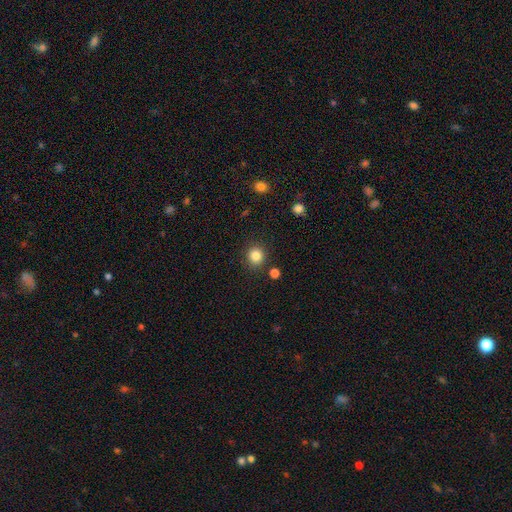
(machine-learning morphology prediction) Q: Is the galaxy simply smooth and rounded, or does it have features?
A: smooth — 84%.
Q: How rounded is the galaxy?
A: round — 90%.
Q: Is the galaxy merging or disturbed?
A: none — 87%.